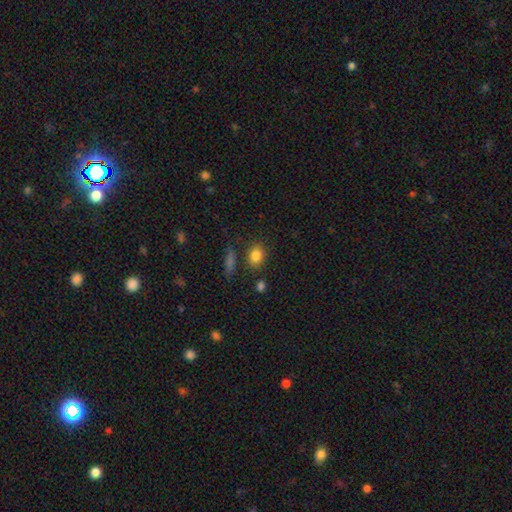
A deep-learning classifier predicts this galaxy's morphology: A smooth galaxy with no disk features (83%) that is in between round and cigar-shaped (58%). Merging: none (78%).